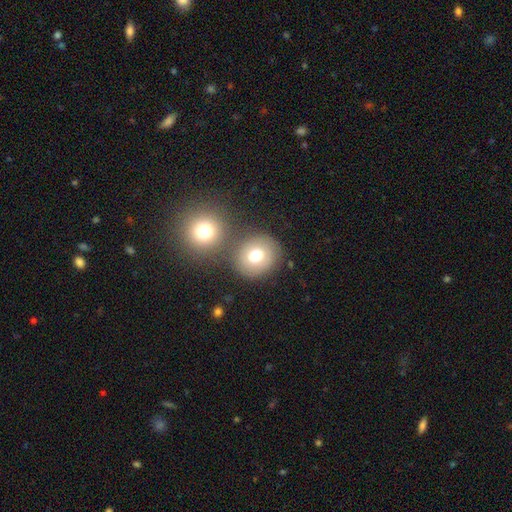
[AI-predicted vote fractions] Overall: smooth (73%). How rounded: round (83%). Merging: none (68%).